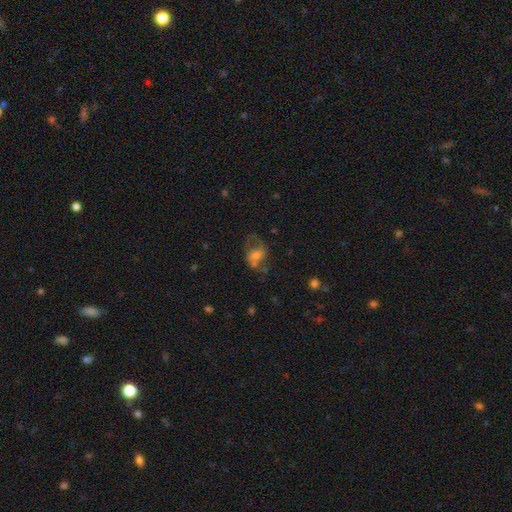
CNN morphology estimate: featured or disk 48%, smooth 41%, star or artifact 11%. Down the decision tree: merging — none (42%).